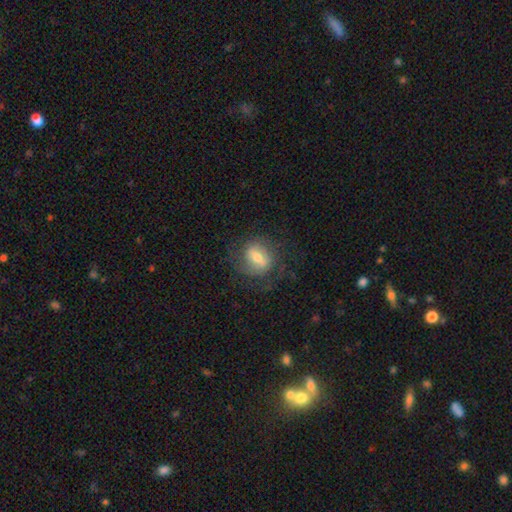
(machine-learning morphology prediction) featured or disk 46%, smooth 45%, star or artifact 10%. Down the decision tree: merging — none (69%).